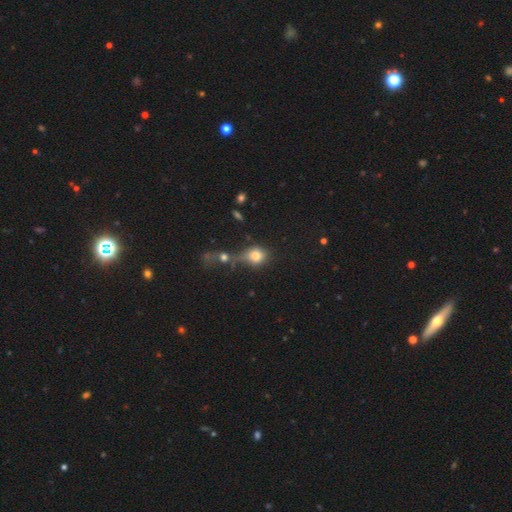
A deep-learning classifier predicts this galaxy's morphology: Smooth or featured: smooth — 74% (star or artifact — 14%)
How rounded: round — 70% (in between — 28%)
Merging: none — 36% (merger — 34%)